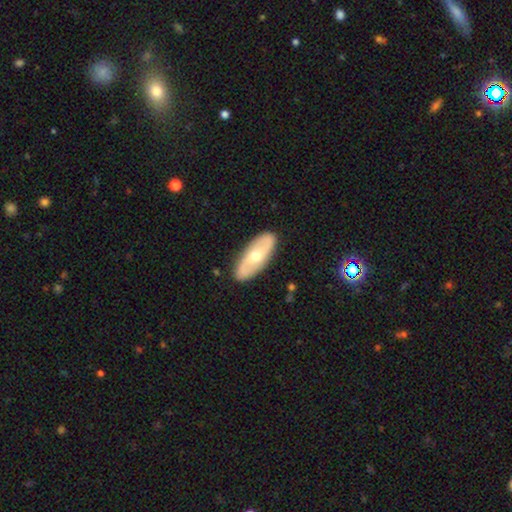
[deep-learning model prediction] A featured or disk galaxy (58%). Merging: none (88%).